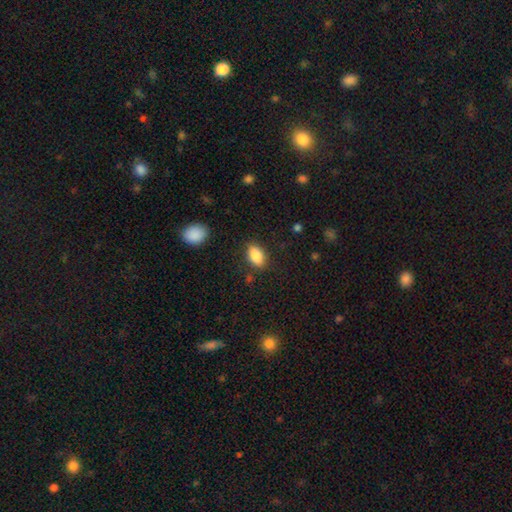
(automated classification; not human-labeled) Smooth or featured?
  - smooth: 86% *
  - star or artifact: 8%
  - featured or disk: 6%
How rounded?
  - in between: 89% *
  - round: 8%
  - cigar-shaped: 3%
Merging?
  - none: 83% *
  - minor disturbance: 12%
  - major disturbance: 3%
  - merger: 2%